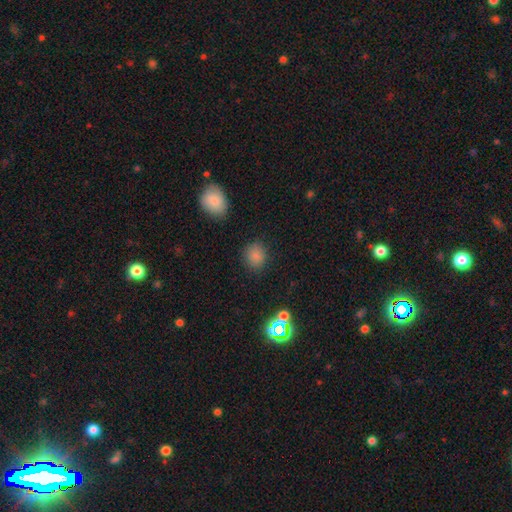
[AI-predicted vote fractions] smooth-or-featured: smooth: 82% | star or artifact: 13% | featured or disk: 5%
  how-rounded: round: 74% | in between: 25% | cigar-shaped: 1%
  merging: none: 85% | minor disturbance: 9% | major disturbance: 3% | merger: 2%